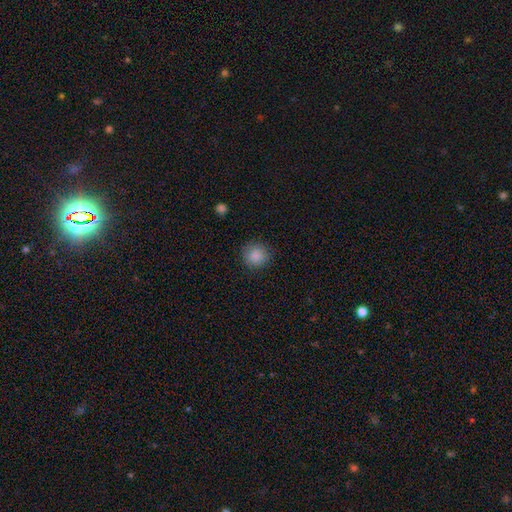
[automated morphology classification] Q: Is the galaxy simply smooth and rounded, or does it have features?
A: smooth — 87%.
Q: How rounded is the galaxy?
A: round — 90%.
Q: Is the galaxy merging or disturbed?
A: none — 87%.